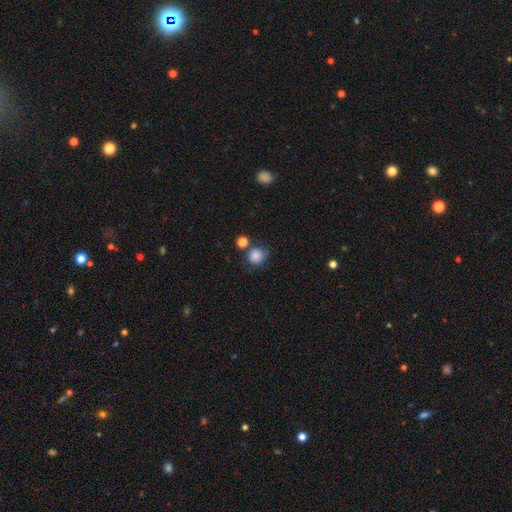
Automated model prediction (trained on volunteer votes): smooth 84%, star or artifact 10%, featured or disk 6%. Down the decision tree: how rounded — round (89%); merging — none (70%).